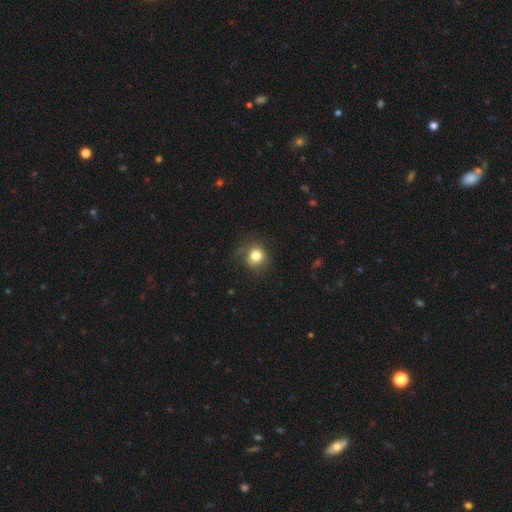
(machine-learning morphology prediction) Smooth or featured: smooth — 81% (star or artifact — 11%)
How rounded: round — 87% (in between — 12%)
Merging: none — 74% (minor disturbance — 18%)